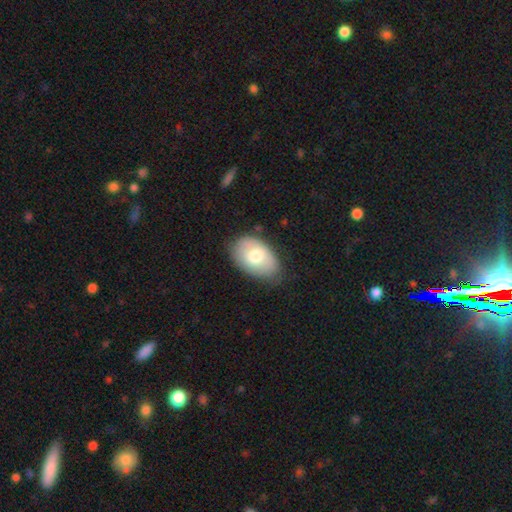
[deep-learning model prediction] The model was most divided on "merging": none: 67%, minor disturbance: 26%, major disturbance: 6%, merger: 2%. More confident: how rounded — in between (88%); smooth or featured — smooth (74%).